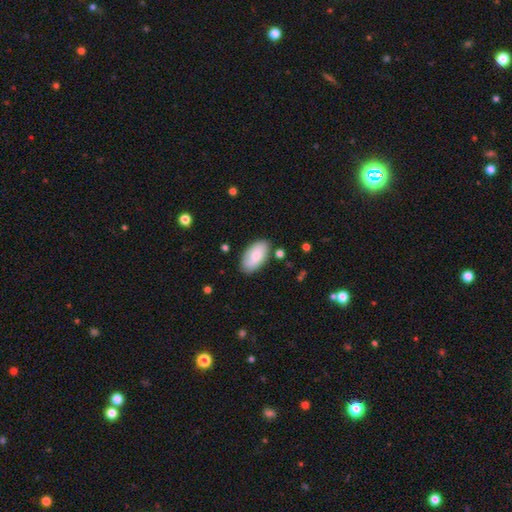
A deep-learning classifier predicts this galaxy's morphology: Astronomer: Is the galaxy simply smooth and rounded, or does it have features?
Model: smooth — 75%.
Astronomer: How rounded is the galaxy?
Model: in between — 95%.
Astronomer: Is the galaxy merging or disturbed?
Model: none — 81%.